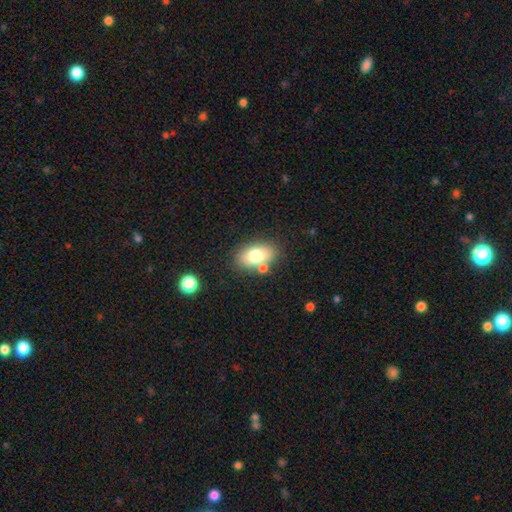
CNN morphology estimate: This is likely a smooth galaxy (74%). How rounded: clearly in between (88%). Merging: likely none (70%).